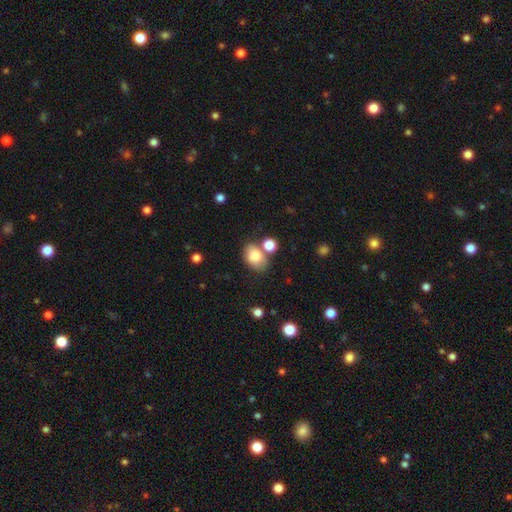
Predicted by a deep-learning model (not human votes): This appears to be a smooth galaxy with no disk features (82%) that is in between round and cigar-shaped (73%). Merging: none (60%).